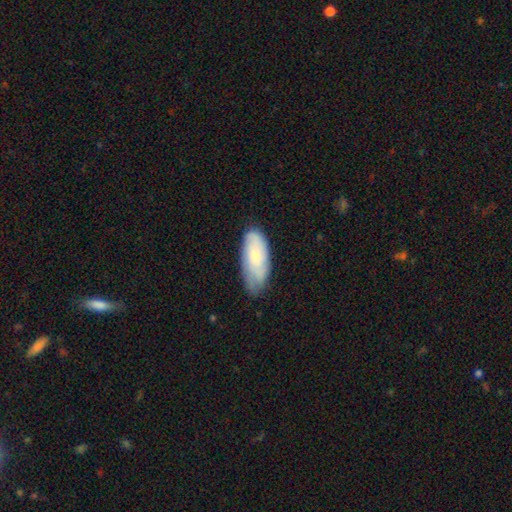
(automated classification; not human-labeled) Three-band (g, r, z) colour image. It shows a smooth galaxy with no disk features (64%) that is in between round and cigar-shaped (88%). Merging: none (59%).